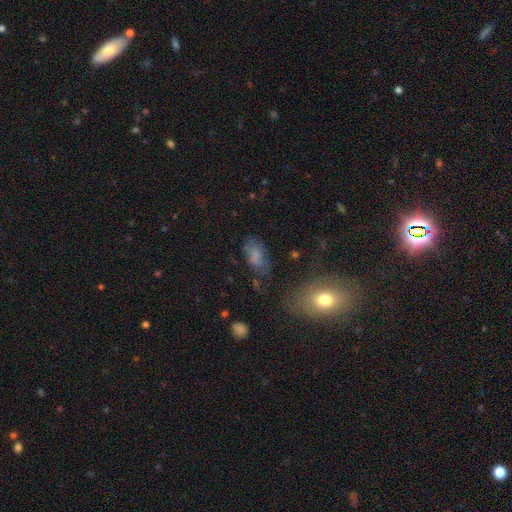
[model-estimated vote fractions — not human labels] smooth-or-featured: smooth: 68% | featured or disk: 18% | star or artifact: 14%
  how-rounded: in between: 89% | round: 7% | cigar-shaped: 4%
  merging: none: 57% | minor disturbance: 24% | major disturbance: 13% | merger: 6%